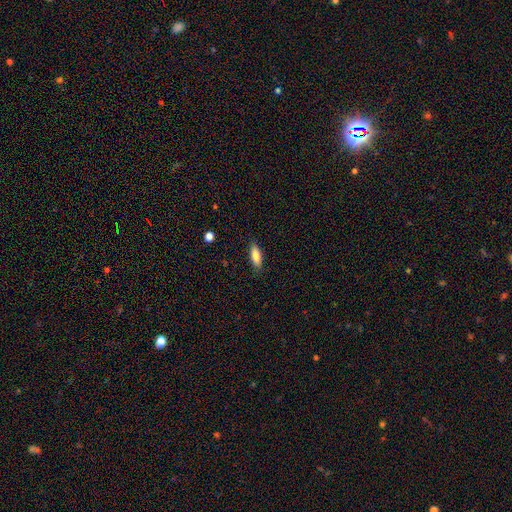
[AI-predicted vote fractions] Q: Smooth or featured?
A: smooth (83%); runner-up: featured or disk (10%)
Q: How rounded?
A: in between (64%); runner-up: cigar-shaped (34%)
Q: Merging?
A: none (86%); runner-up: minor disturbance (10%)